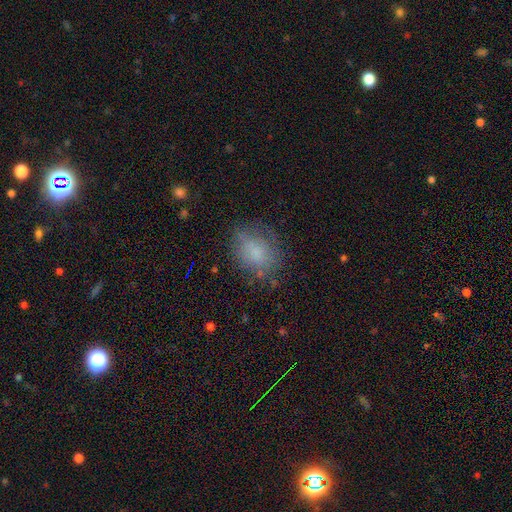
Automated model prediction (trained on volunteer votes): Morphology: type=smooth (71%); roundness=in between (55%); merging=none (61%).